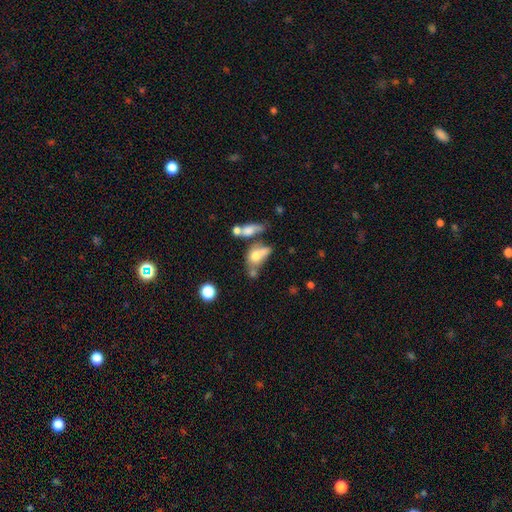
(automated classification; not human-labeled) smooth_or_featured: smooth (p=0.63) [alt: featured or disk p=0.26]
how_rounded: in between (p=0.71) [alt: round p=0.22]
merging: merger (p=0.50) [alt: none p=0.21]